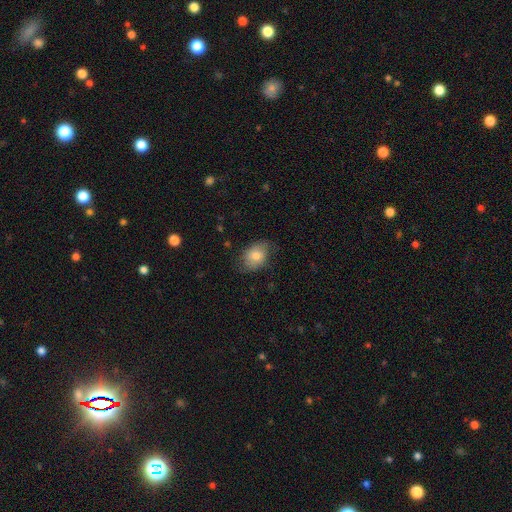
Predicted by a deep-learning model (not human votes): smooth 75%, featured or disk 18%, star or artifact 7%. Down the decision tree: how rounded — in between (80%); merging — none (70%).